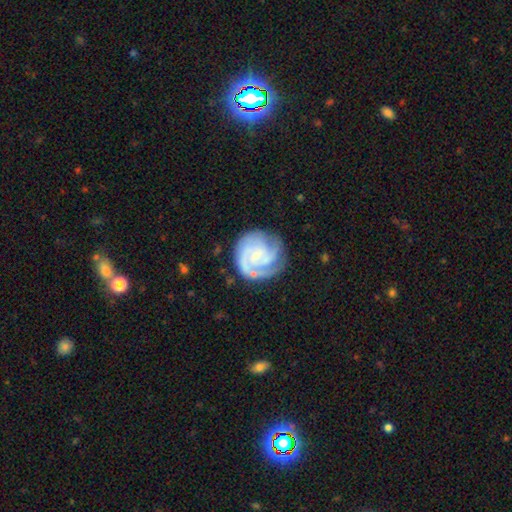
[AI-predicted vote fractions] The model was most divided on "spiral arm count": 3: 42%, 2: 20%, can't tell: 17%, 4: 9%, 1: 6%, more than 4: 5%. More confident: edge-on disk — no (98%); spiral arms — yes (97%); smooth or featured — featured or disk (85%); bulge size — small (73%); merging — none (71%); spiral winding — tight (66%); bar — no (66%).